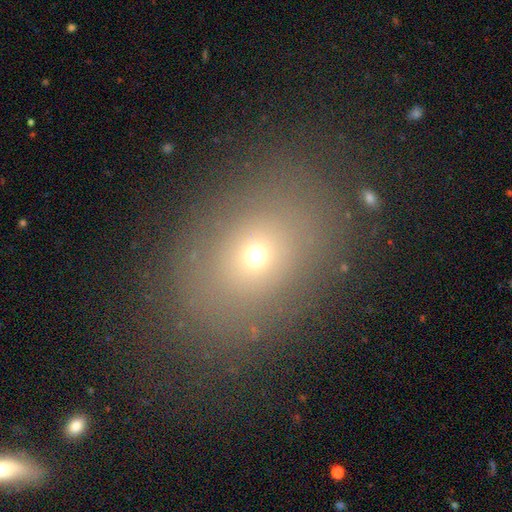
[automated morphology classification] Smooth or featured? Predicted: smooth (p=0.62). How rounded? Predicted: in between (p=0.59). Merging? Predicted: none (p=0.79).